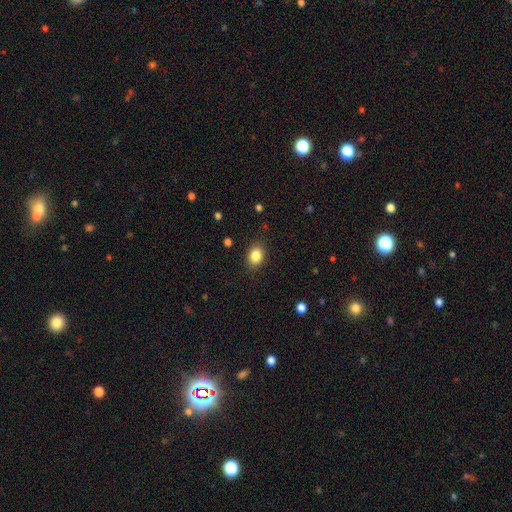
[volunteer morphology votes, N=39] Smooth or featured?
  - smooth: 85% *
  - featured or disk: 10%
  - star or artifact: 5%
How rounded?
  - in between: 70% *
  - round: 30%
  - cigar-shaped: 0%
Merging?
  - none: 84% *
  - minor disturbance: 11%
  - major disturbance: 5%
  - merger: 0%